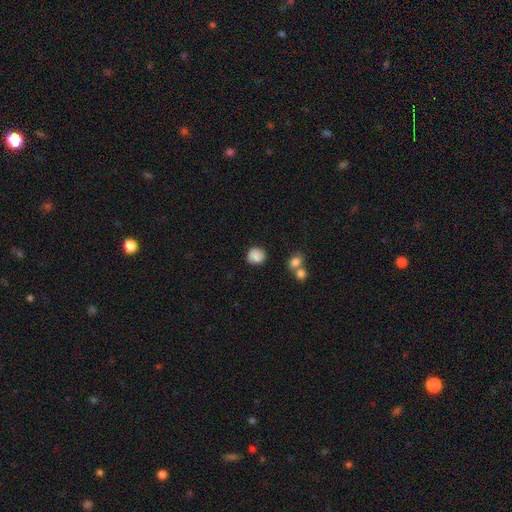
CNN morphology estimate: Smooth or featured? Predicted: smooth (p=0.86). How rounded? Predicted: round (p=0.84). Merging? Predicted: none (p=0.80).